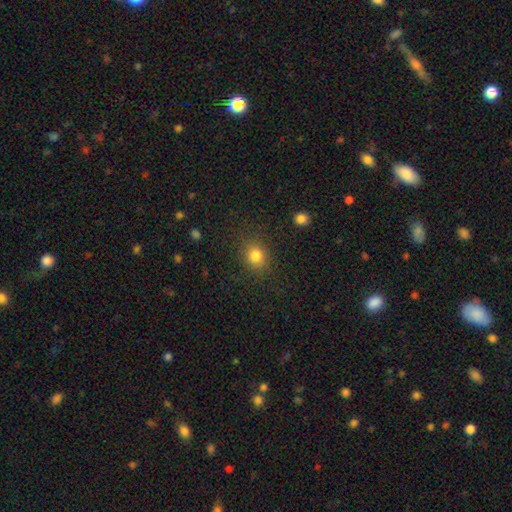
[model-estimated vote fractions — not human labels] A smooth galaxy with no disk features (82%) that is round (74%).

Vote fractions:
- Smooth or featured? smooth: 82% / star or artifact: 12% / featured or disk: 6%
- How rounded? round: 74% / in between: 25% / cigar-shaped: 1%
- Merging? none: 85% / minor disturbance: 10% / major disturbance: 4% / merger: 1%